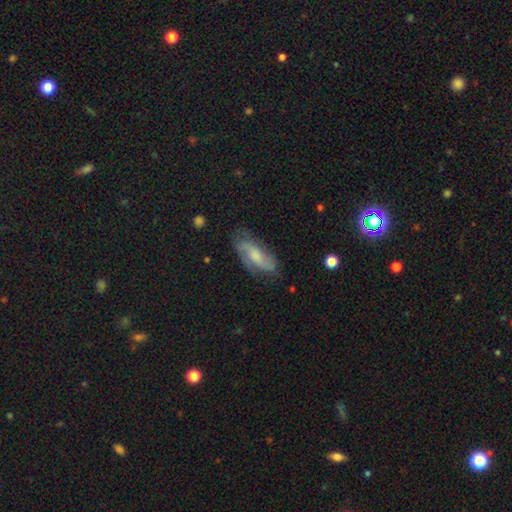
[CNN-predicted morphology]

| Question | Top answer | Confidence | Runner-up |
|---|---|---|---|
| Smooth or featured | featured or disk | 55% | smooth (37%) |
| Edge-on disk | no | 86% | yes (14%) |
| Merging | none | 68% | minor disturbance (22%) |